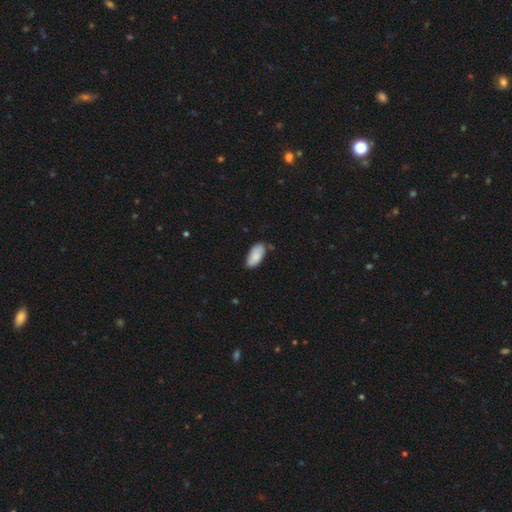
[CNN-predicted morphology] A smooth galaxy with no disk features (86%) that is in between round and cigar-shaped (92%).

Vote fractions:
- Smooth or featured? smooth: 86% / featured or disk: 7% / star or artifact: 6%
- How rounded? in between: 92% / cigar-shaped: 6% / round: 2%
- Merging? none: 67% / minor disturbance: 26% / major disturbance: 4% / merger: 3%